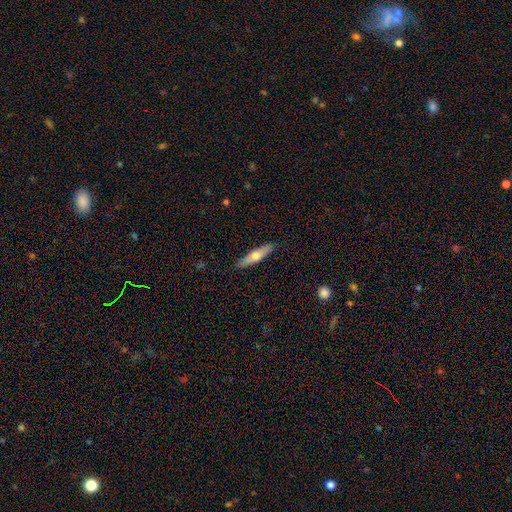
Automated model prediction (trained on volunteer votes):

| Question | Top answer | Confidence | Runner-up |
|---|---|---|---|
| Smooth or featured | smooth | 52% | featured or disk (42%) |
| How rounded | cigar-shaped | 77% | in between (21%) |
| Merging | none | 89% | minor disturbance (8%) |